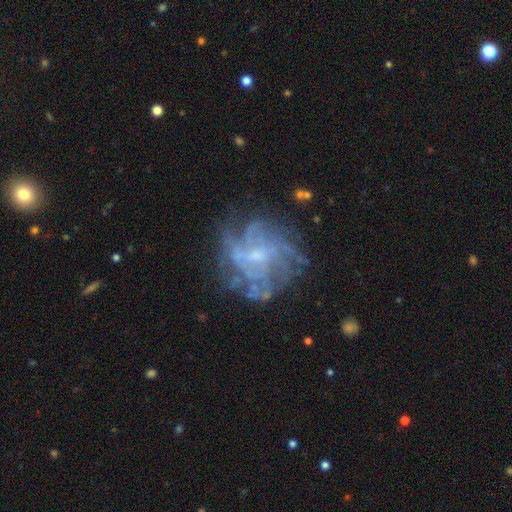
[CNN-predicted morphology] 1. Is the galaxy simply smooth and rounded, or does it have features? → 79% featured or disk, 11% smooth, 10% star or artifact.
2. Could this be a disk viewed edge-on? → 98% no, 2% yes.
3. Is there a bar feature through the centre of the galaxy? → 50% no, 42% weak, 8% strong.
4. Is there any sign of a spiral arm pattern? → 79% yes, 21% no.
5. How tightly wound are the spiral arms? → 42% tight, 37% medium, 21% loose.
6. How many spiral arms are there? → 44% can't tell, 20% 4, 12% more than 4, 10% 3, 7% 2, 6% 1.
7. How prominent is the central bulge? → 58% small, 27% moderate, 13% none, 2% large, 1% dominant.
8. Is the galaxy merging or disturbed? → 65% none, 18% minor disturbance, 15% major disturbance, 2% merger.